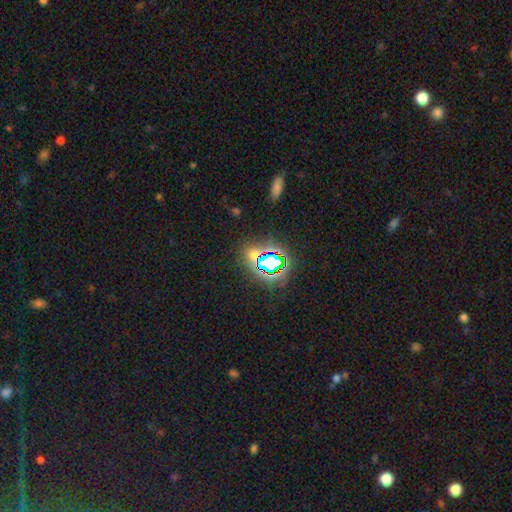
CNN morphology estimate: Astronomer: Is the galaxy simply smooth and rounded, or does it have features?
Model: star or artifact — 66%.